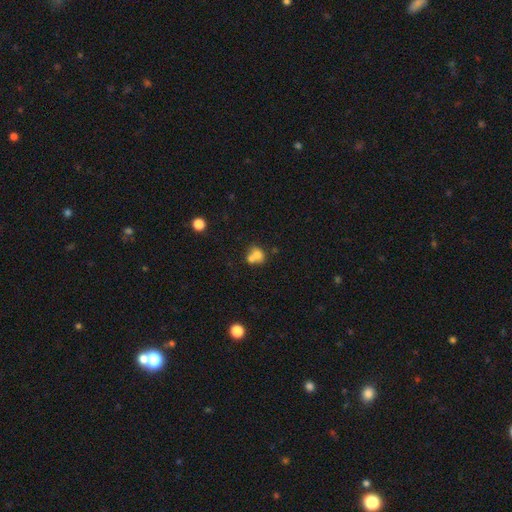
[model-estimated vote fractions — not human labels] smooth-or-featured: smooth: 71% | featured or disk: 17% | star or artifact: 11%
  how-rounded: round: 63% | in between: 36% | cigar-shaped: 1%
  merging: merger: 56% | none: 32% | minor disturbance: 8% | major disturbance: 4%